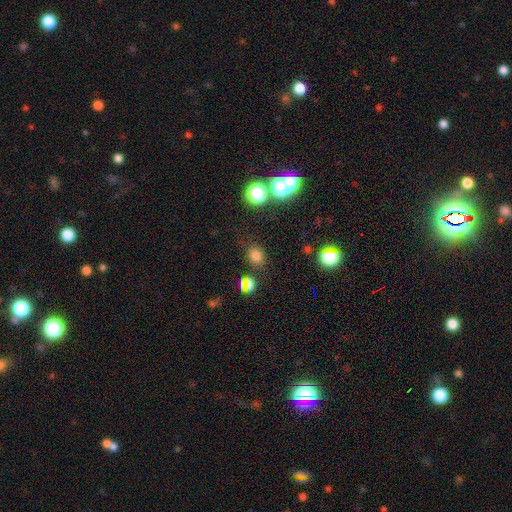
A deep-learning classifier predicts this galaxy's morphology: Smooth or featured: smooth — 73% (star or artifact — 22%)
How rounded: round — 57% (in between — 41%)
Merging: none — 80% (minor disturbance — 11%)